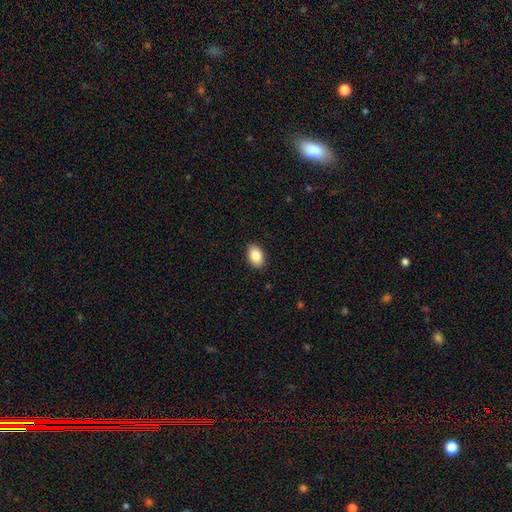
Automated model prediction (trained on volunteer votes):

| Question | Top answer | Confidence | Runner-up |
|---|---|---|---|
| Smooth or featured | smooth | 86% | star or artifact (7%) |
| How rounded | in between | 88% | round (11%) |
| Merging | none | 90% | minor disturbance (7%) |